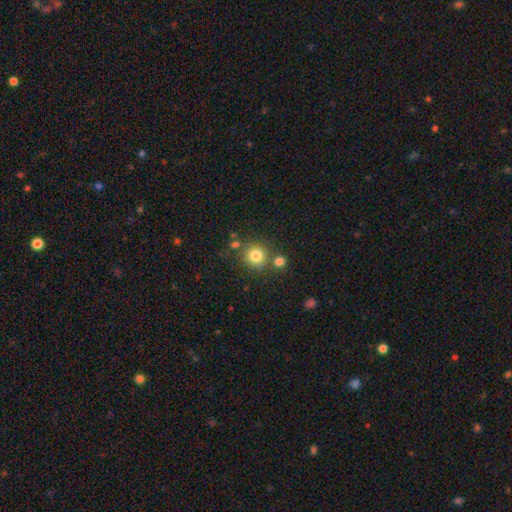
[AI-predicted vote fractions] A smooth galaxy with no disk features (80%) that is round (91%). Merging: none (73%).